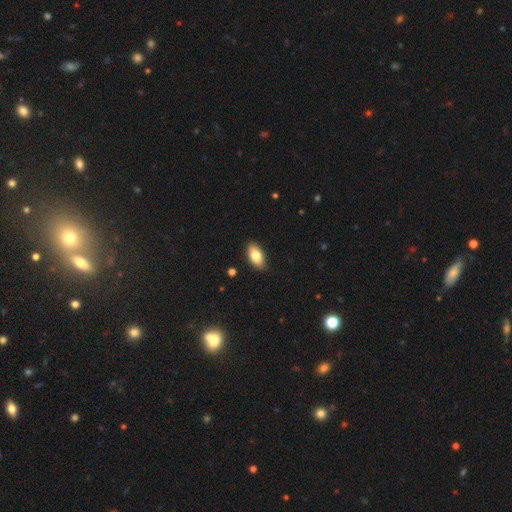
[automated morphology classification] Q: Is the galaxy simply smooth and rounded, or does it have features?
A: smooth — 79%.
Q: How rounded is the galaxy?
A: in between — 92%.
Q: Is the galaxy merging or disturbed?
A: none — 88%.